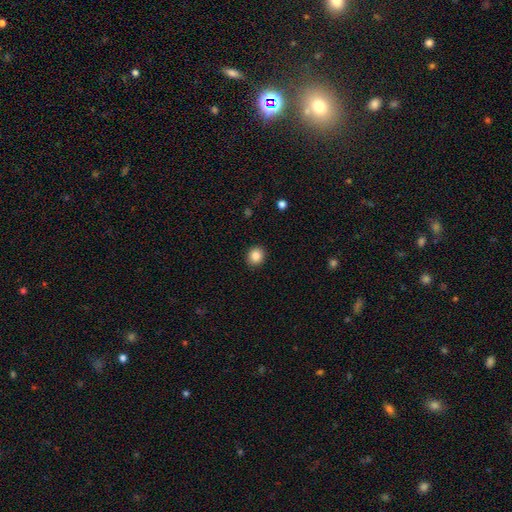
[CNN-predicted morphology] This appears to be a smooth galaxy with no disk features (85%) that is round (79%). Merging: none (92%).